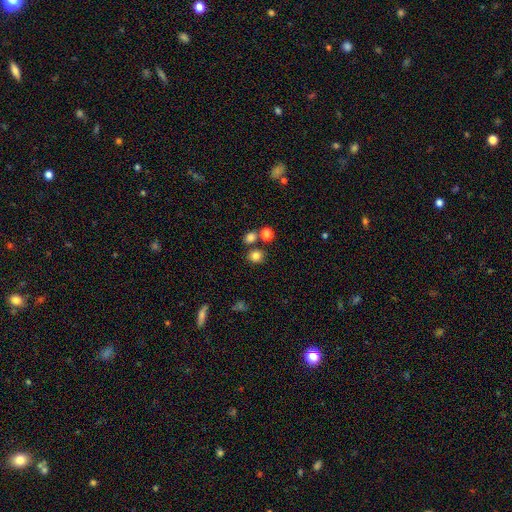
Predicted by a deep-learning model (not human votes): The model was most divided on "how rounded": round: 75%, in between: 24%, cigar-shaped: 1%. More confident: smooth or featured — smooth (80%); merging — none (75%).